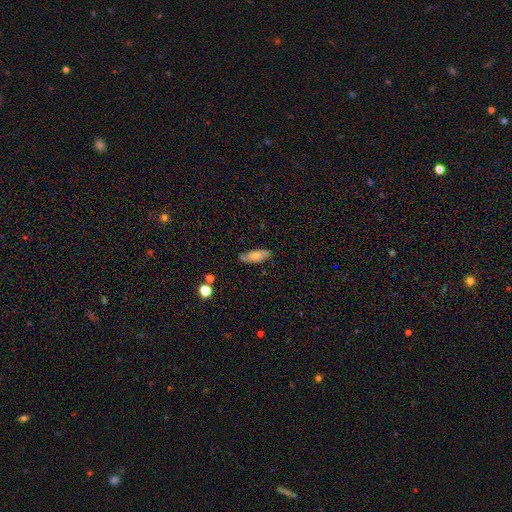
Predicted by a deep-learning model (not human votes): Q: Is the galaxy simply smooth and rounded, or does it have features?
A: smooth — 63%.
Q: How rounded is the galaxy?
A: in between — 77%.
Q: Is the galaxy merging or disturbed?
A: none — 78%.